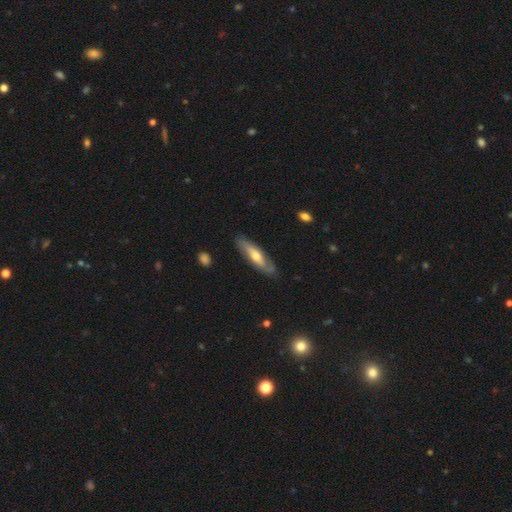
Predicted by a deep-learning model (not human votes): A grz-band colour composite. It shows a featured or disk galaxy (56%). Merging: none (81%).